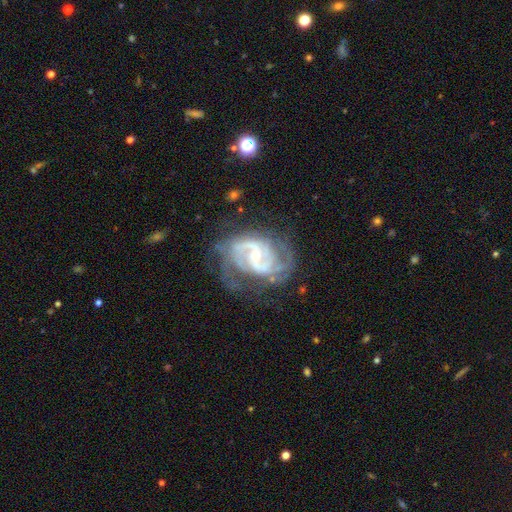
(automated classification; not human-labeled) Smooth or featured? Predicted: featured or disk (p=0.90). Edge-on disk? Predicted: no (p=0.98). Bar? Predicted: weak (p=0.47). Spiral arms? Predicted: yes (p=0.96). Spiral winding? Predicted: medium (p=0.46). Spiral arm count? Predicted: 2 (p=0.62). Bulge size? Predicted: small (p=0.60). Merging? Predicted: none (p=0.61).